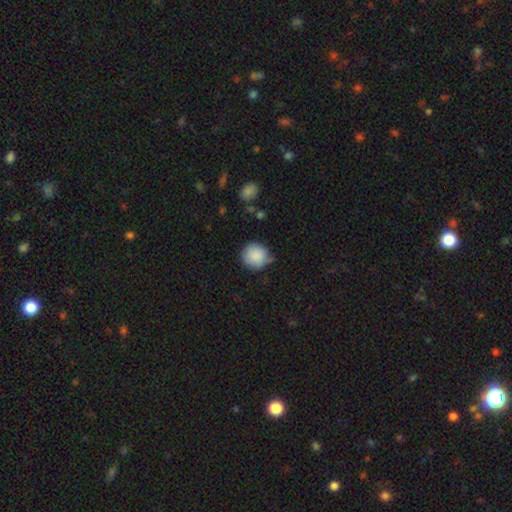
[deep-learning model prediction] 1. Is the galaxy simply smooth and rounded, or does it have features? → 87% smooth, 8% star or artifact, 5% featured or disk.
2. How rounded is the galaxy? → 90% round, 9% in between, 1% cigar-shaped.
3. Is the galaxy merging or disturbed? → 64% none, 27% minor disturbance, 6% major disturbance, 3% merger.